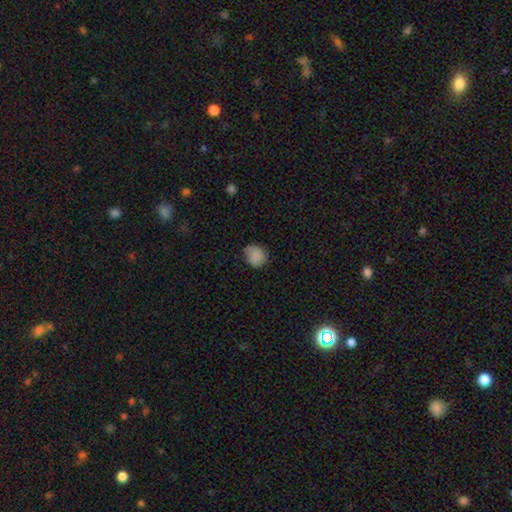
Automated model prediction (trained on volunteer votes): Smooth or featured? smooth (84%)
How rounded? round (67%)
Merging? none (71%)